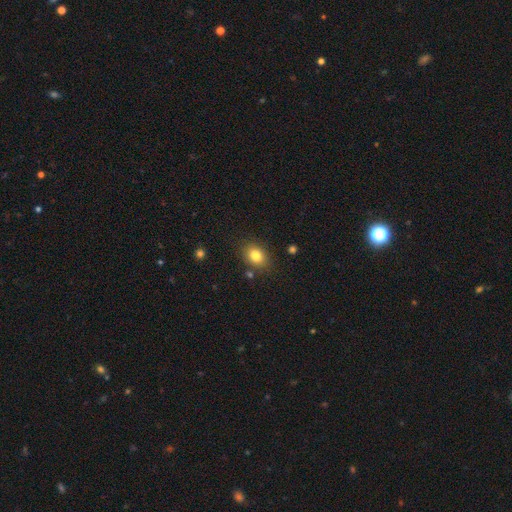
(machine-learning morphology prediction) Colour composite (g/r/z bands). It shows a smooth galaxy with no disk features (82%) that is in between round and cigar-shaped (64%). Merging: none (82%).